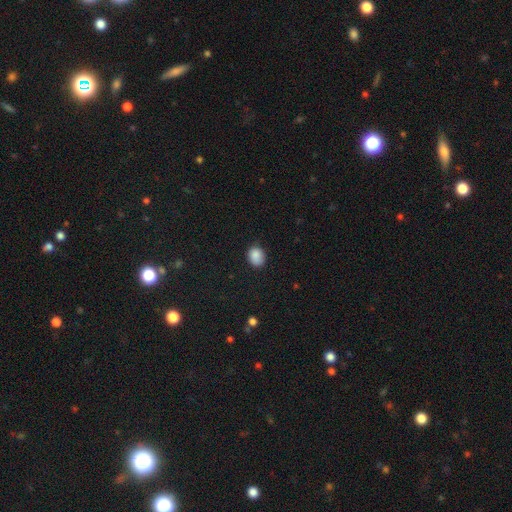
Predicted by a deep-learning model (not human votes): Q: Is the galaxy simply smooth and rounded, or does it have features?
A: smooth — 87%.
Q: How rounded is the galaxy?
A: in between — 51%.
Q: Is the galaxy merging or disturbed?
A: none — 77%.